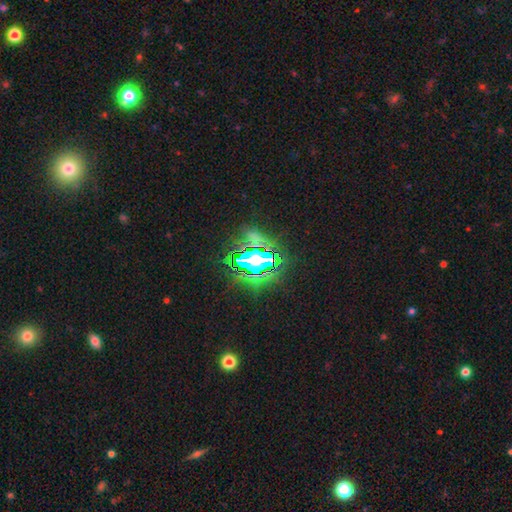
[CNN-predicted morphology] Smooth or featured? star or artifact (75%)